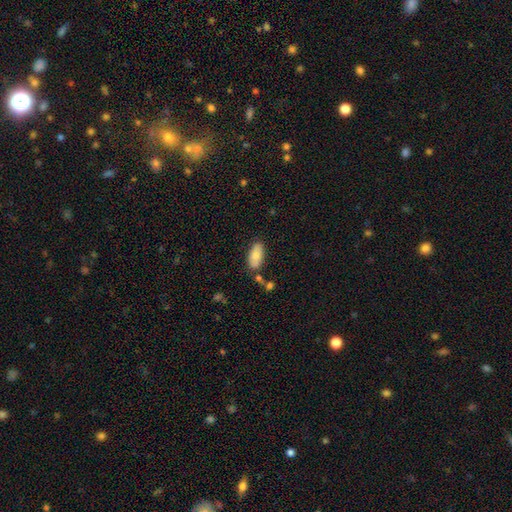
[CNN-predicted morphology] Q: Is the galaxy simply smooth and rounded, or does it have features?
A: smooth — 76%.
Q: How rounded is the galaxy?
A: in between — 91%.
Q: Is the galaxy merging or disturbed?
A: none — 76%.